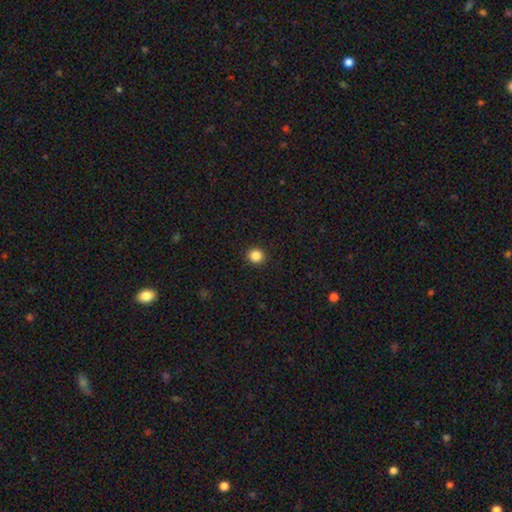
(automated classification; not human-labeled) This is clearly a smooth galaxy (86%). How rounded: clearly round (92%). Merging: clearly none (93%).